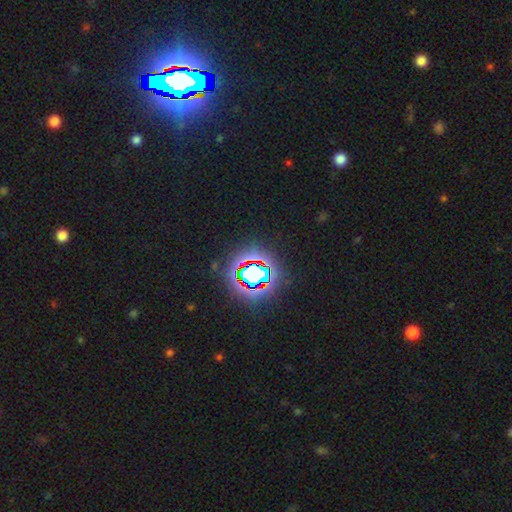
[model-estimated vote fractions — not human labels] Smooth or featured: star or artifact — 79% (smooth — 13%)